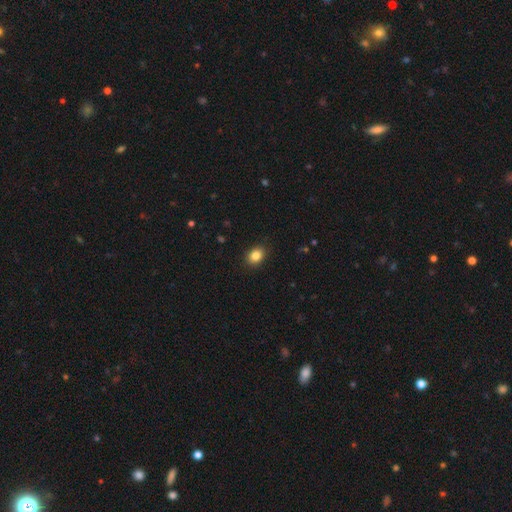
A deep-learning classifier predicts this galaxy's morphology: This appears to be a smooth galaxy with no disk features (85%) that is in between round and cigar-shaped (60%). Merging: none (90%).